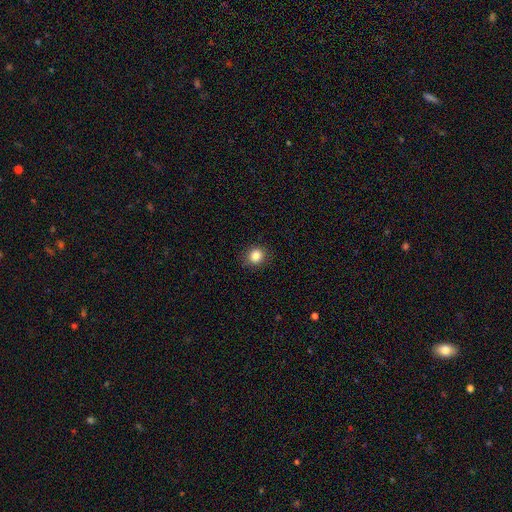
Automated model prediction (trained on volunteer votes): Morphology: type=smooth (85%); roundness=round (83%); merging=none (86%).